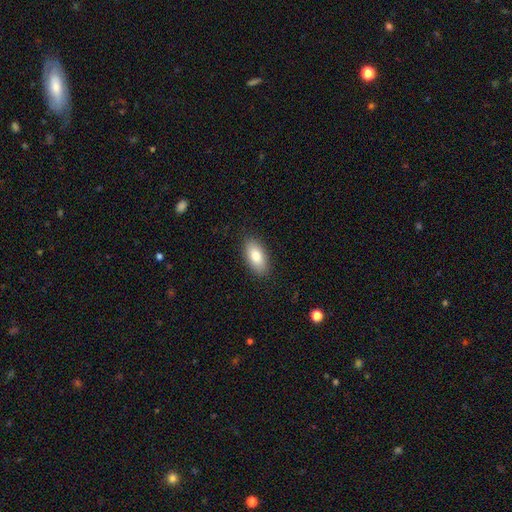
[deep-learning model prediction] A smooth galaxy with no disk features (81%) that is in between round and cigar-shaped (91%).

Vote fractions:
- Smooth or featured? smooth: 81% / featured or disk: 12% / star or artifact: 7%
- How rounded? in between: 91% / cigar-shaped: 6% / round: 3%
- Merging? none: 88% / minor disturbance: 9% / major disturbance: 2% / merger: 1%